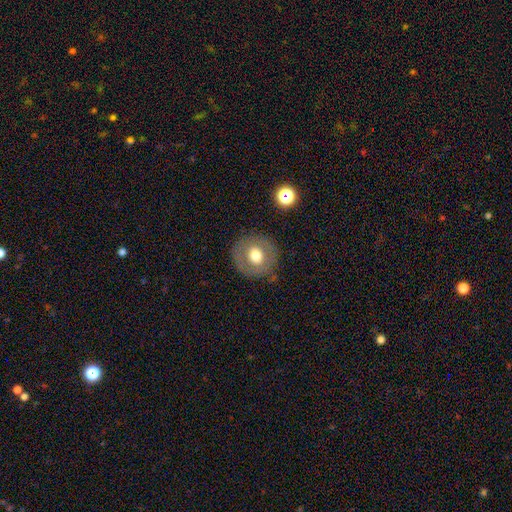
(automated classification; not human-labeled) Overall: smooth (60%; featured or disk 31%). How rounded: round (89%). Merging: none (84%).